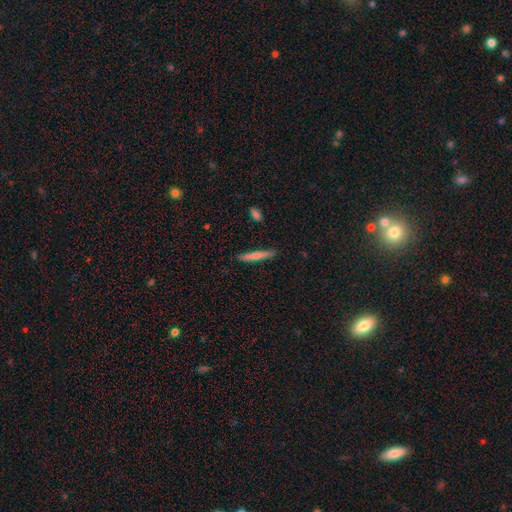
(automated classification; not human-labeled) Overall: smooth (72%). How rounded: cigar-shaped (95%). Merging: none (89%).